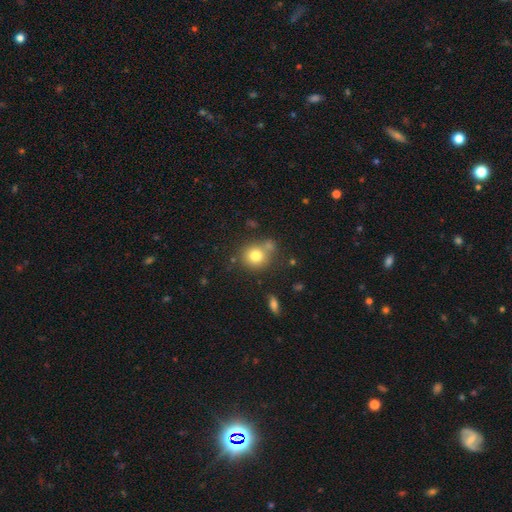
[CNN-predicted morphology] The model was most divided on "merging": none: 66%, merger: 16%, minor disturbance: 13%, major disturbance: 5%. More confident: how rounded — round (83%); smooth or featured — smooth (77%).